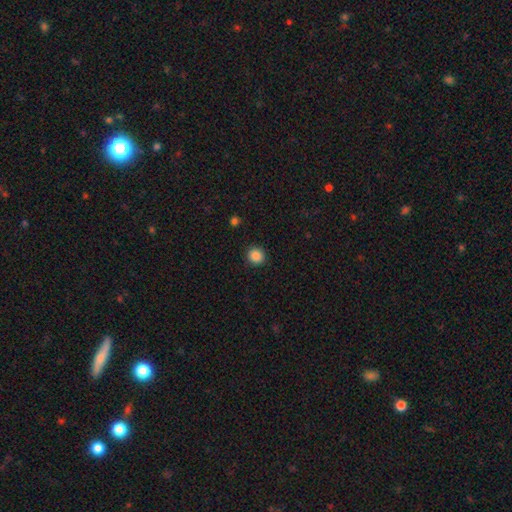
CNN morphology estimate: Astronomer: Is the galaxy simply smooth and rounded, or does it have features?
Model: smooth — 87%.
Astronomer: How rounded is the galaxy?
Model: round — 93%.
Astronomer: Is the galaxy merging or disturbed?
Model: none — 92%.